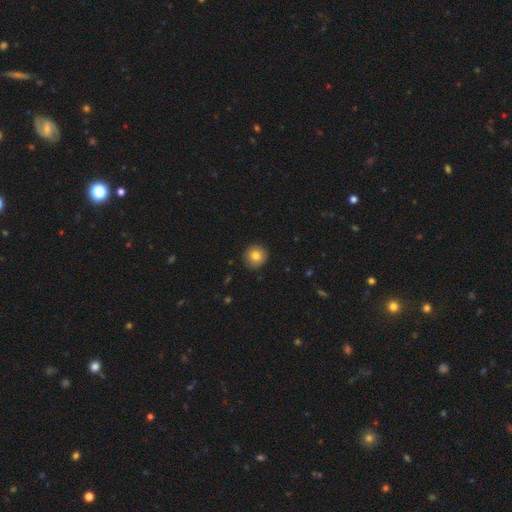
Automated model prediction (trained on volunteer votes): smooth 80%, featured or disk 10%, star or artifact 10%. Down the decision tree: how rounded — round (95%); merging — none (91%).